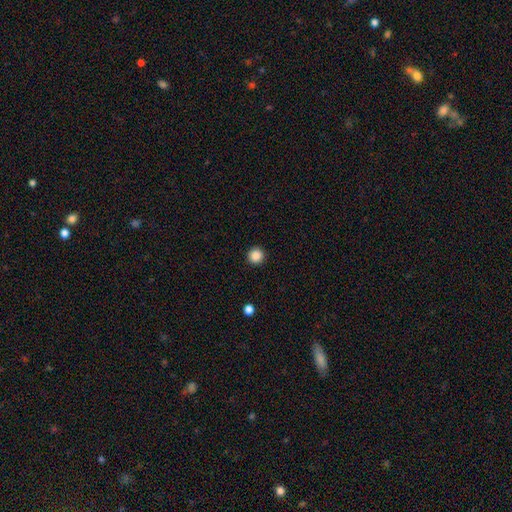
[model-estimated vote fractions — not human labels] A smooth galaxy with no disk features (87%) that is round (96%). Merging: none (93%).